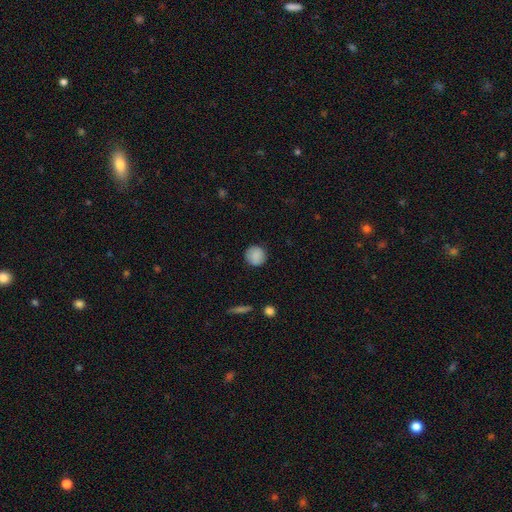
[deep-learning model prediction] Morphology: type=smooth (88%); roundness=round (93%); merging=none (88%).